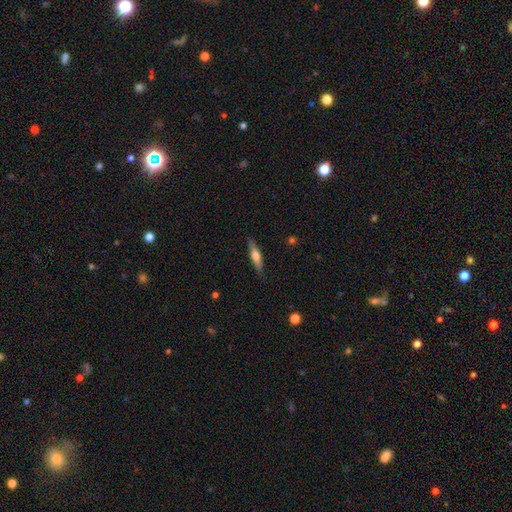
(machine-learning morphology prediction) Overall: smooth (49%; featured or disk 44%). Merging: none (86%).